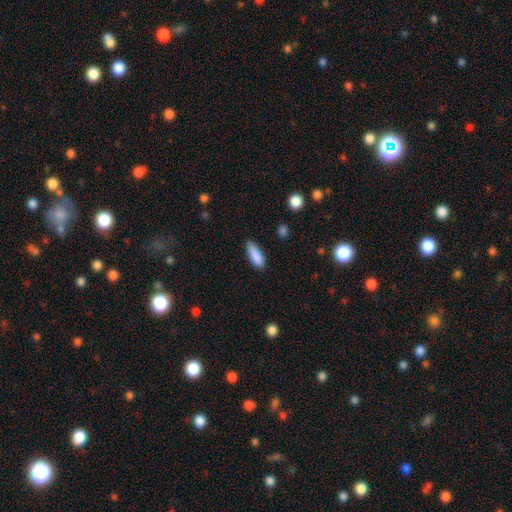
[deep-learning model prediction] Smooth or featured?
  - smooth: 88% *
  - star or artifact: 7%
  - featured or disk: 6%
How rounded?
  - in between: 64% *
  - cigar-shaped: 34%
  - round: 2%
Merging?
  - none: 75% *
  - minor disturbance: 20%
  - major disturbance: 3%
  - merger: 2%